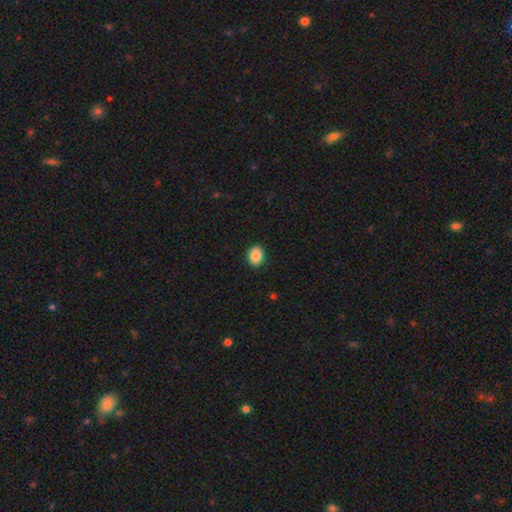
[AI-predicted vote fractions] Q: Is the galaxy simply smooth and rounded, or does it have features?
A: smooth — 87%.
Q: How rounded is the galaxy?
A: in between — 60%.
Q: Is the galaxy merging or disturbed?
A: none — 90%.